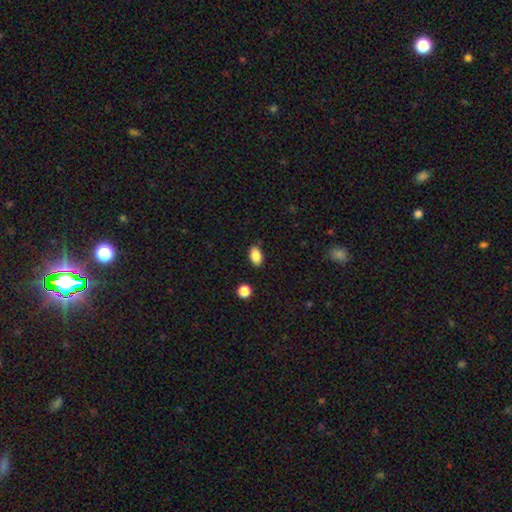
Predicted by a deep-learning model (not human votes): Smooth or featured?
  - smooth: 86% *
  - star or artifact: 9%
  - featured or disk: 6%
How rounded?
  - in between: 89% *
  - round: 9%
  - cigar-shaped: 2%
Merging?
  - none: 86% *
  - minor disturbance: 10%
  - major disturbance: 2%
  - merger: 2%